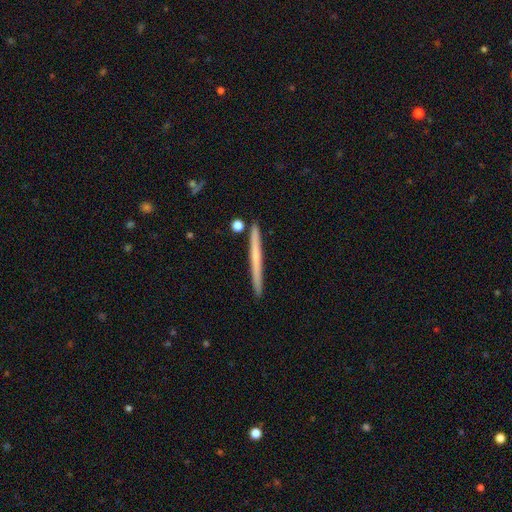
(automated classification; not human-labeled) Q: Smooth or featured?
A: smooth (50%); runner-up: featured or disk (44%)
Q: Merging?
A: none (90%); runner-up: minor disturbance (6%)